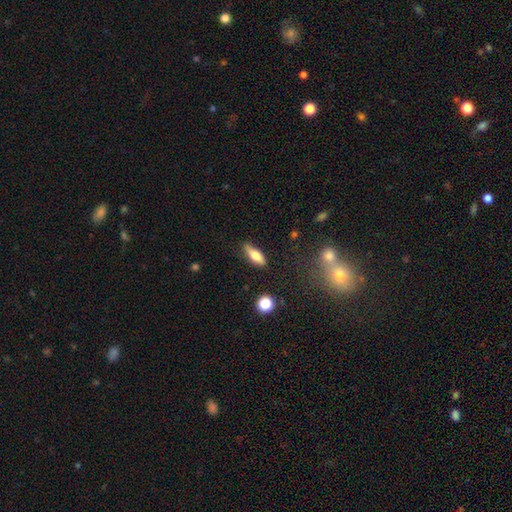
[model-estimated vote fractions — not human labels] smooth-or-featured: smooth: 67% | featured or disk: 26% | star or artifact: 7%
  how-rounded: in between: 60% | cigar-shaped: 37% | round: 3%
  merging: none: 79% | minor disturbance: 15% | major disturbance: 3% | merger: 2%